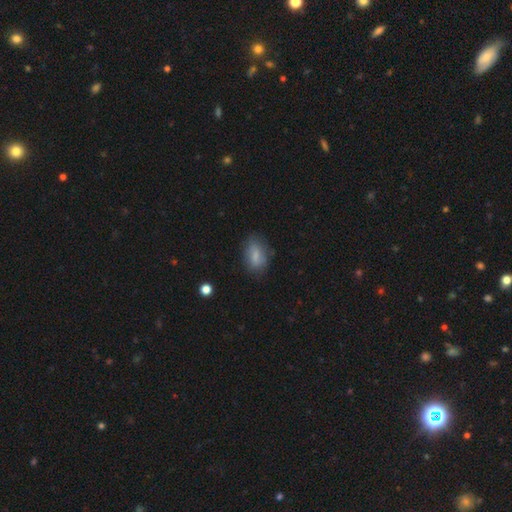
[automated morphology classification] Smooth or featured? smooth (77%)
How rounded? in between (88%)
Merging? none (70%)